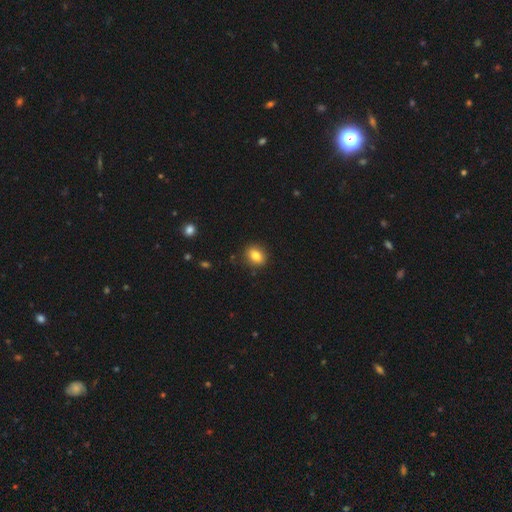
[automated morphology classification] A smooth galaxy with no disk features (82%) that is in between round and cigar-shaped (56%).

Vote fractions:
- Smooth or featured? smooth: 82% / star or artifact: 10% / featured or disk: 8%
- How rounded? in between: 56% / round: 43% / cigar-shaped: 1%
- Merging? none: 88% / minor disturbance: 9% / major disturbance: 2% / merger: 1%